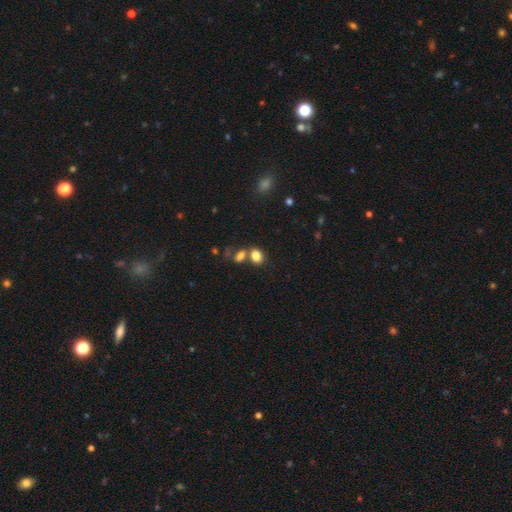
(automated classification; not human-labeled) A smooth galaxy with no disk features (82%) that is in between round and cigar-shaped (63%). Merging: none (48%).